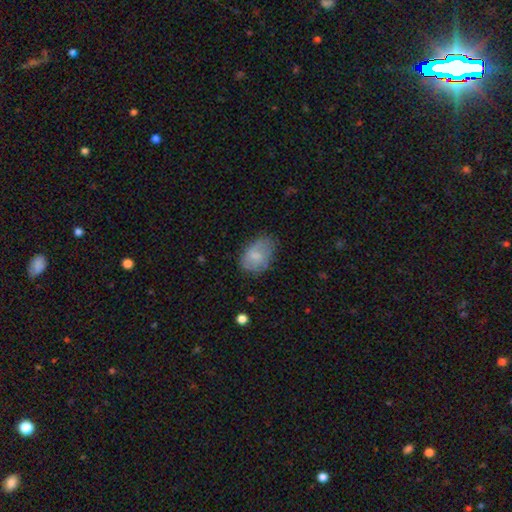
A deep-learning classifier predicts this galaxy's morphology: The model was most divided on "merging": none: 55%, minor disturbance: 32%, major disturbance: 11%, merger: 2%. More confident: how rounded — in between (84%); smooth or featured — smooth (71%).